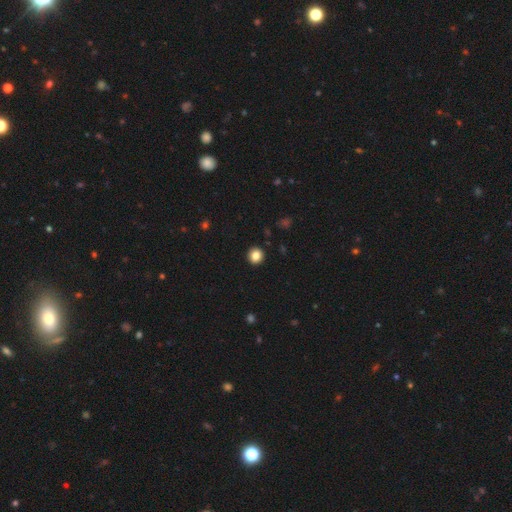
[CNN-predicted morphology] Q: Smooth or featured?
A: smooth (84%); runner-up: star or artifact (10%)
Q: How rounded?
A: round (92%); runner-up: in between (7%)
Q: Merging?
A: none (93%); runner-up: minor disturbance (4%)